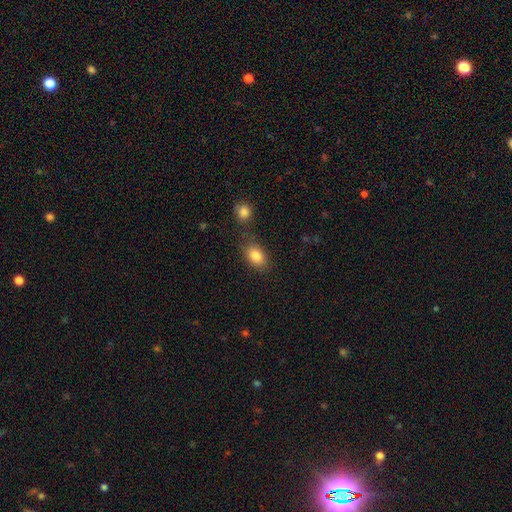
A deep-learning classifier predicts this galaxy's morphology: A smooth galaxy with no disk features (84%) that is in between round and cigar-shaped (85%).

Vote fractions:
- Smooth or featured? smooth: 84% / star or artifact: 9% / featured or disk: 7%
- How rounded? in between: 85% / round: 13% / cigar-shaped: 2%
- Merging? none: 72% / minor disturbance: 14% / merger: 11% / major disturbance: 4%